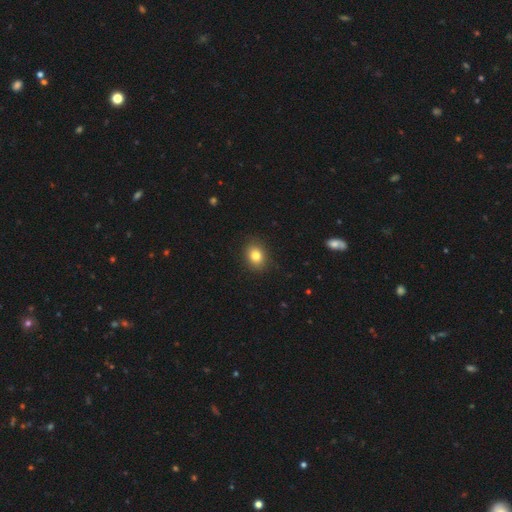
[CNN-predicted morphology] Smooth or featured?
  - smooth: 82% *
  - star or artifact: 11%
  - featured or disk: 8%
How rounded?
  - in between: 52% *
  - round: 47%
  - cigar-shaped: 1%
Merging?
  - none: 87% *
  - minor disturbance: 9%
  - major disturbance: 2%
  - merger: 1%